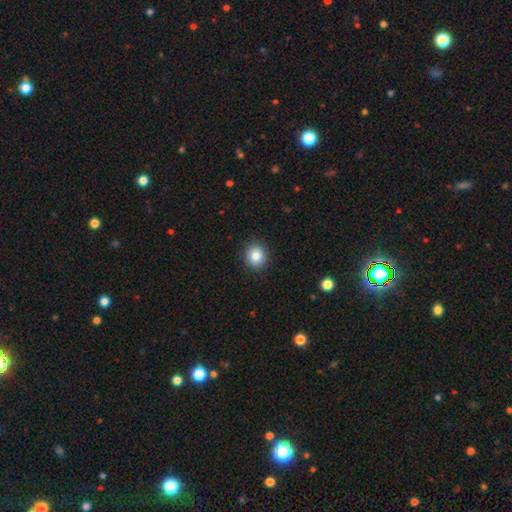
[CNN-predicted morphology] smooth 86%, star or artifact 9%, featured or disk 5%. Down the decision tree: how rounded — round (88%); merging — none (91%).